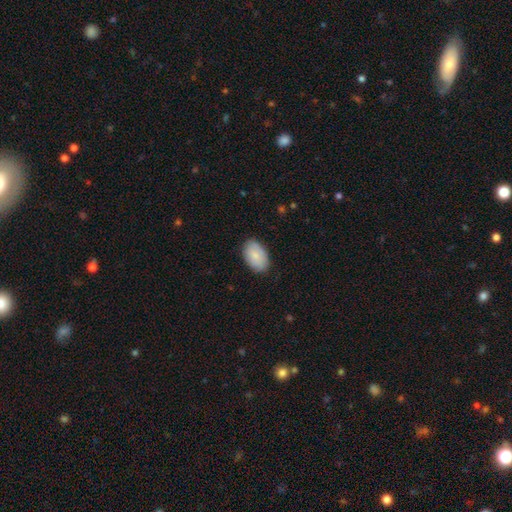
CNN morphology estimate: smooth 84%, featured or disk 10%, star or artifact 6%. Down the decision tree: how rounded — in between (92%); merging — none (85%).